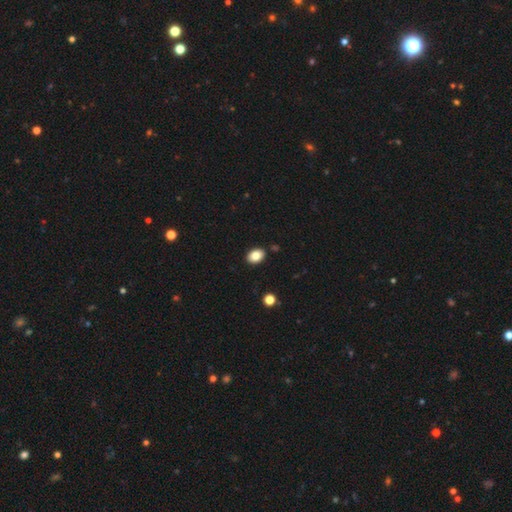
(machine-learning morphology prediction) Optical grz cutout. It shows a smooth galaxy with no disk features (84%) that is in between round and cigar-shaped (78%). Merging: none (89%).